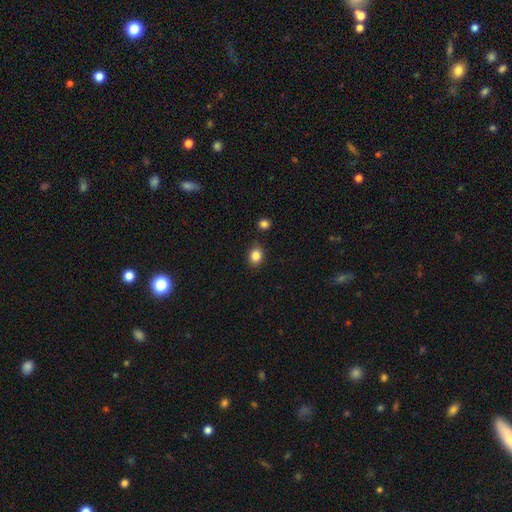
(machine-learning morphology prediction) A smooth galaxy with no disk features (85%) that is round (52%).

Vote fractions:
- Smooth or featured? smooth: 85% / star or artifact: 10% / featured or disk: 5%
- How rounded? round: 52% / in between: 47% / cigar-shaped: 1%
- Merging? none: 82% / minor disturbance: 12% / merger: 3% / major disturbance: 3%